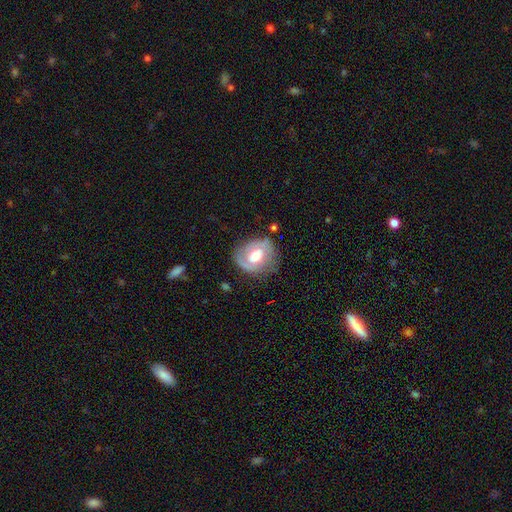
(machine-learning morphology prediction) This is likely a featured or disk galaxy (66%). It is clearly not viewed edge-on (96%). Bar: possibly no (56%). Spiral arm pattern: likely yes (71%). Central bulge: likely moderate (67%). Merging: likely none (66%).